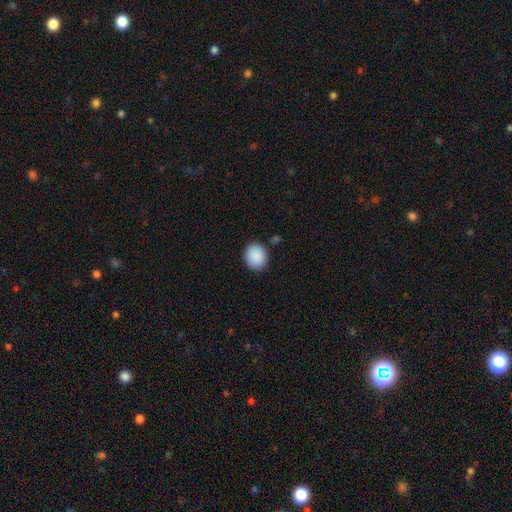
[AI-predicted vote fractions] This is clearly a smooth galaxy (90%). How rounded: likely round (75%). Merging: clearly none (87%).